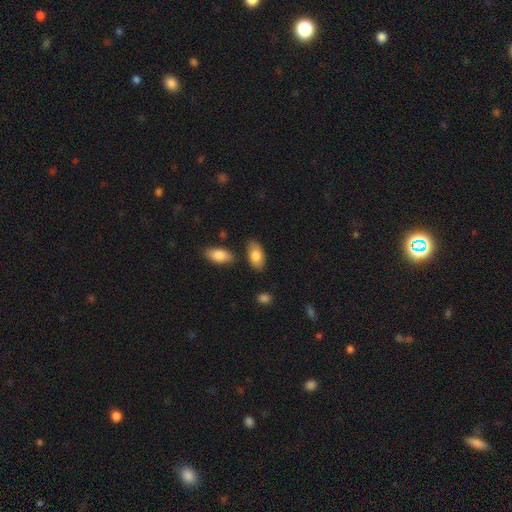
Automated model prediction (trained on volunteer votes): Smooth or featured? Predicted: smooth (p=0.81). How rounded? Predicted: in between (p=0.94). Merging? Predicted: none (p=0.79).